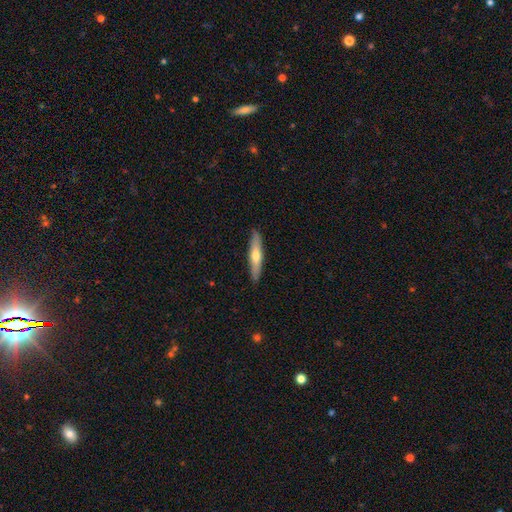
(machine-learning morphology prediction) Overall: smooth (51%; featured or disk 43%). How rounded: cigar-shaped (87%). Merging: none (89%).